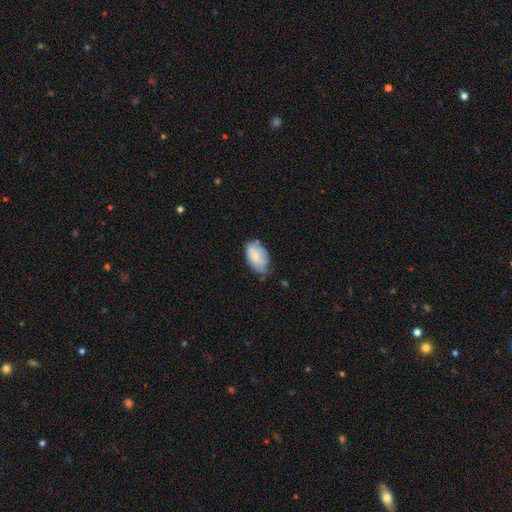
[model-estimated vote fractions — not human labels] Morphology: type=smooth (75%); roundness=in between (93%); merging=none (54%).